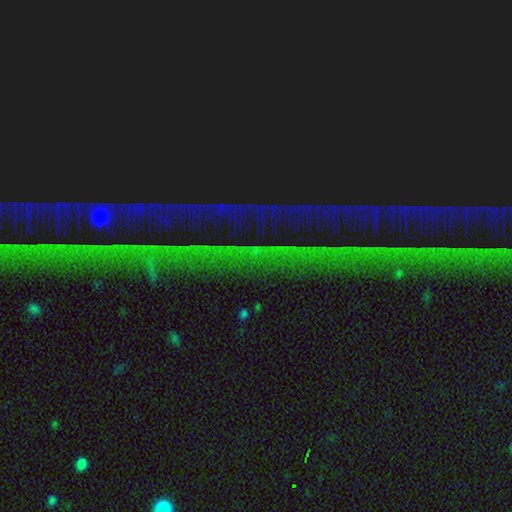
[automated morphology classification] Q: Smooth or featured?
A: star or artifact (88%); runner-up: featured or disk (6%)